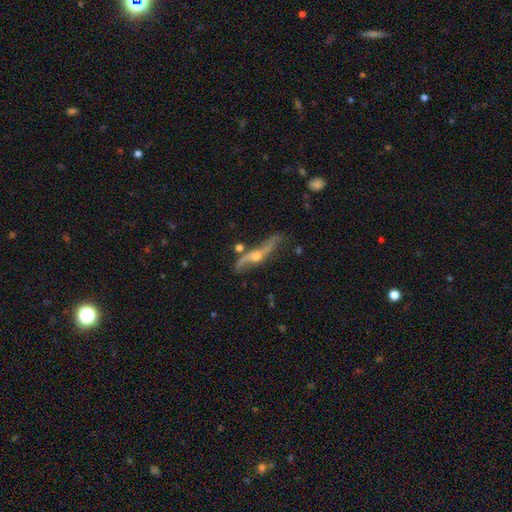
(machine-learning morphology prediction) A featured or disk galaxy (81%) viewed edge-on (76%) with a rounded central bulge (92%). Merging: none (60%).